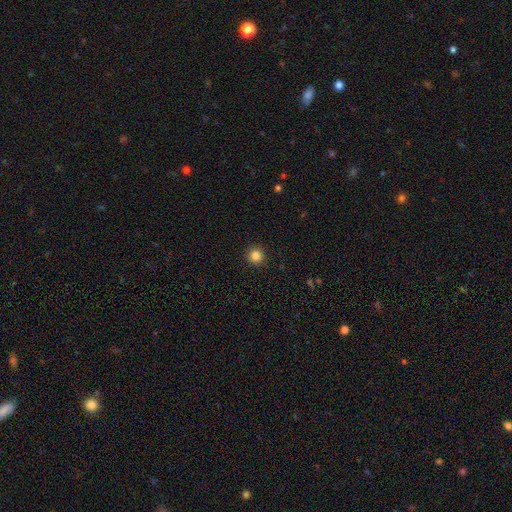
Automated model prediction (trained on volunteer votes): Smooth or featured? smooth (84%)
How rounded? round (95%)
Merging? none (93%)